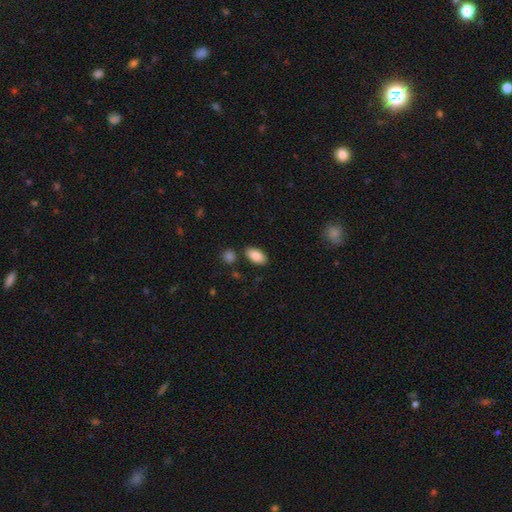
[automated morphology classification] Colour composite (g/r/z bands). It shows a smooth galaxy with no disk features (85%) that is in between round and cigar-shaped (94%). Merging: none (82%).